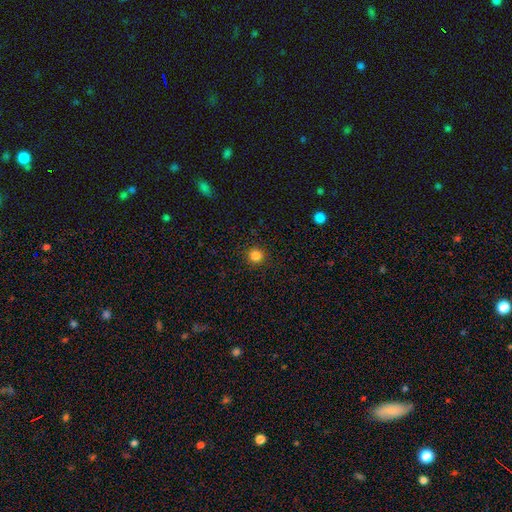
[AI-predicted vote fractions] smooth_or_featured: smooth (p=0.84) [alt: star or artifact p=0.12]
how_rounded: round (p=0.95) [alt: in between p=0.04]
merging: none (p=0.92) [alt: minor disturbance p=0.05]